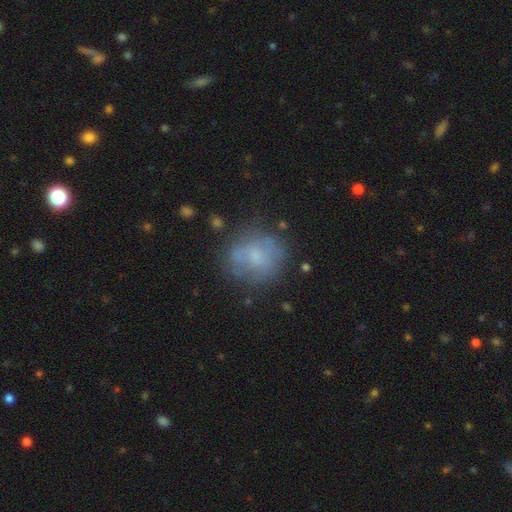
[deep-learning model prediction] This appears to be a smooth galaxy with no disk features (56%) that is round (73%). Merging: none (63%).